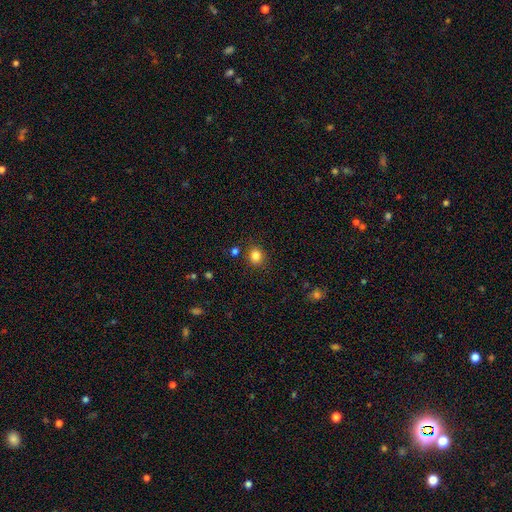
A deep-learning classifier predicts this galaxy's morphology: type=smooth (83%); roundness=round (76%); merging=none (84%).